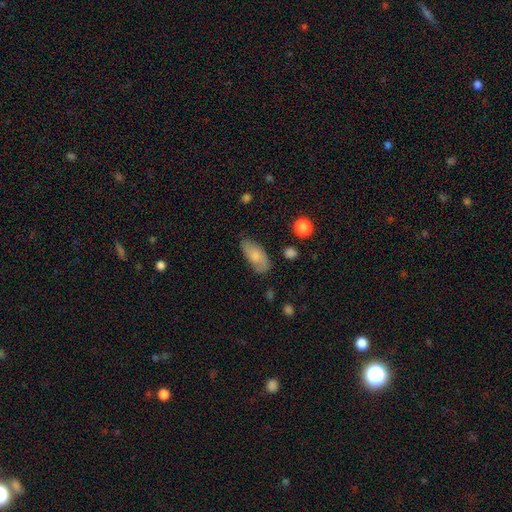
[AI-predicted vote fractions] Overall: smooth (71%). How rounded: in between (89%). Merging: none (72%).